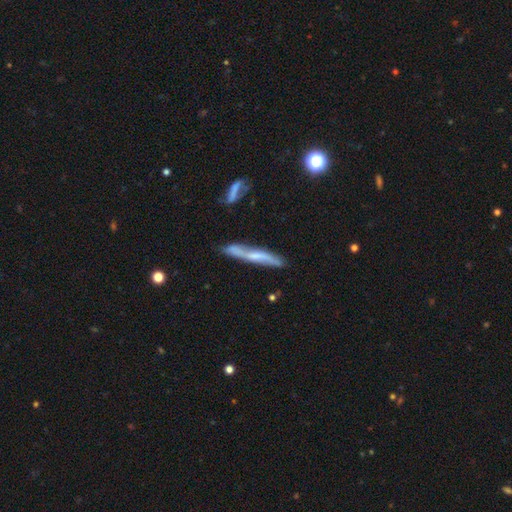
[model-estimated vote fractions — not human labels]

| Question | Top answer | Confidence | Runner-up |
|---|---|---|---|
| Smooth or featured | featured or disk | 61% | smooth (32%) |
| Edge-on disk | yes | 63% | no (37%) |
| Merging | none | 75% | minor disturbance (17%) |